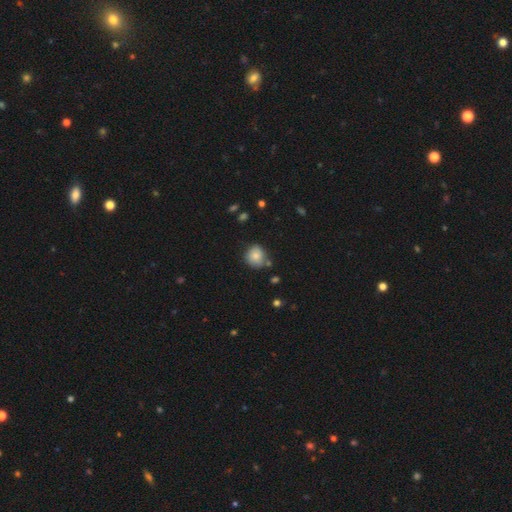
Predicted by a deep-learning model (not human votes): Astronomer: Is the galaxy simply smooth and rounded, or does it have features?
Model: smooth — 77%.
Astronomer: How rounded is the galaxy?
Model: round — 78%.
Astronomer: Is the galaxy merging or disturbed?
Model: none — 67%.